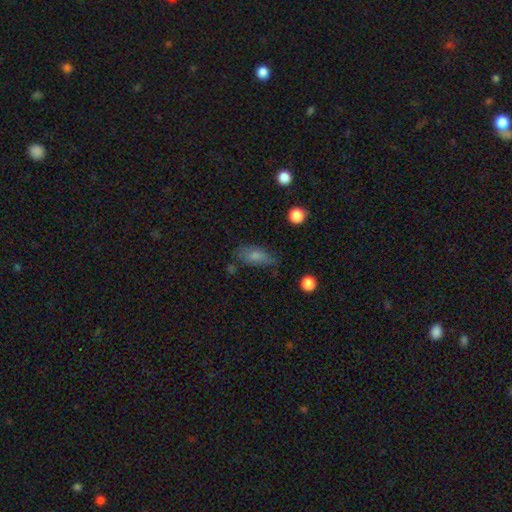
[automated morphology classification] Q: Smooth or featured?
A: smooth (77%); runner-up: featured or disk (14%)
Q: How rounded?
A: in between (82%); runner-up: cigar-shaped (13%)
Q: Merging?
A: none (60%); runner-up: minor disturbance (27%)